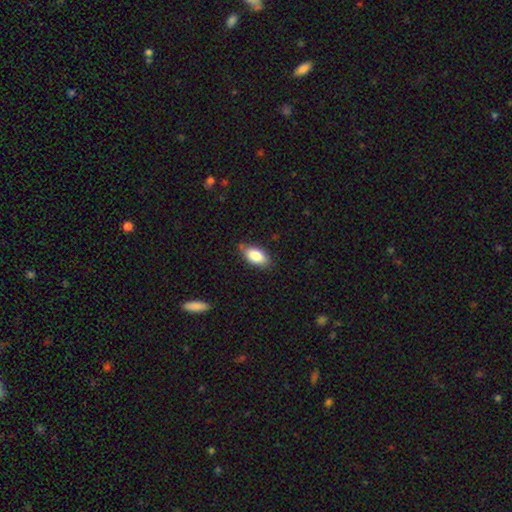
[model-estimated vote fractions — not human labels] Morphology: type=smooth (83%); roundness=in between (92%); merging=none (70%).